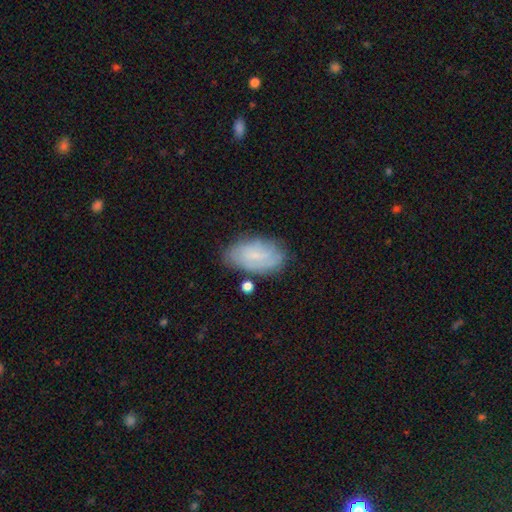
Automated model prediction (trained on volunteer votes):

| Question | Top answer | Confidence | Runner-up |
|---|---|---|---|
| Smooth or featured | smooth | 49% | featured or disk (43%) |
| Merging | none | 71% | minor disturbance (20%) |